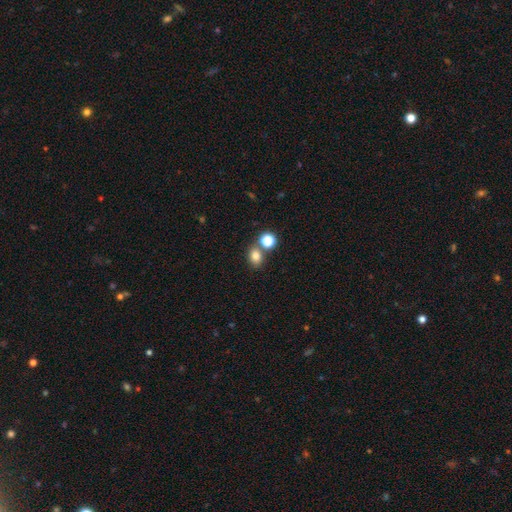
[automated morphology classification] smooth 79%, star or artifact 14%, featured or disk 7%. Down the decision tree: how rounded — in between (51%); merging — none (64%).